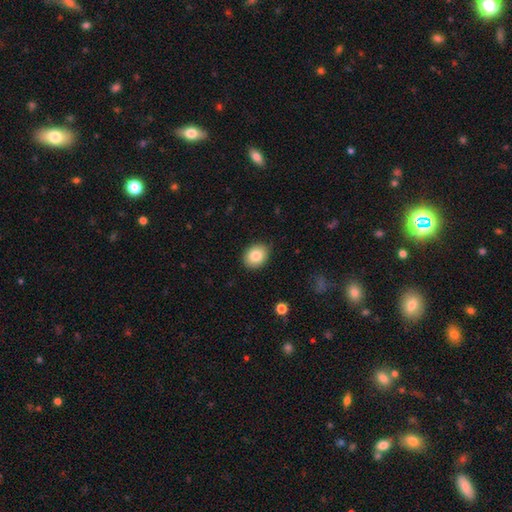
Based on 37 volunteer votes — smooth-or-featured: smooth: 81% | featured or disk: 16% | star or artifact: 3%
  how-rounded: round: 53% | in between: 47% | cigar-shaped: 0%
  merging: none: 86% | minor disturbance: 11% | merger: 3% | major disturbance: 0%